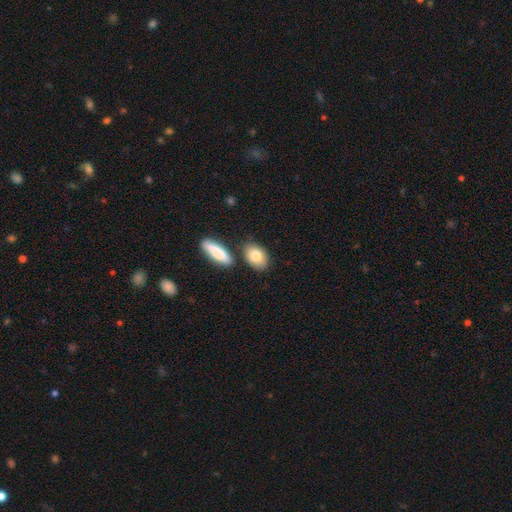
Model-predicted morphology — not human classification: Smooth or featured?
  - smooth: 80% *
  - featured or disk: 13%
  - star or artifact: 7%
How rounded?
  - in between: 85% *
  - round: 12%
  - cigar-shaped: 3%
Merging?
  - none: 73% *
  - minor disturbance: 12%
  - merger: 12%
  - major disturbance: 3%